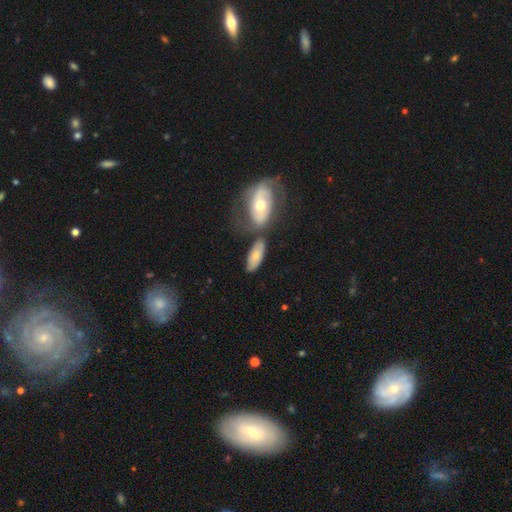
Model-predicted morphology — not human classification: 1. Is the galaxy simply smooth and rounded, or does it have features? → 64% smooth, 30% featured or disk, 6% star or artifact.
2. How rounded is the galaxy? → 83% in between, 14% cigar-shaped, 3% round.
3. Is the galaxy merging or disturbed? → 52% none, 26% merger, 16% minor disturbance, 6% major disturbance.